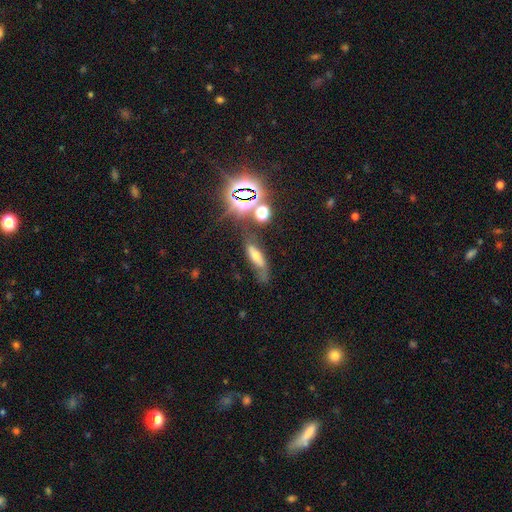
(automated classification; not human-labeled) Smooth or featured: smooth — 36% (featured or disk — 35%)
Merging: none — 54% (minor disturbance — 23%)